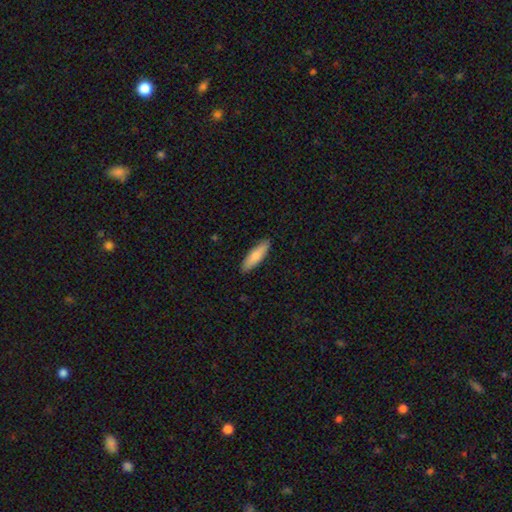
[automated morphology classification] Q: Smooth or featured?
A: smooth (81%); runner-up: featured or disk (14%)
Q: How rounded?
A: cigar-shaped (62%); runner-up: in between (37%)
Q: Merging?
A: none (89%); runner-up: minor disturbance (8%)